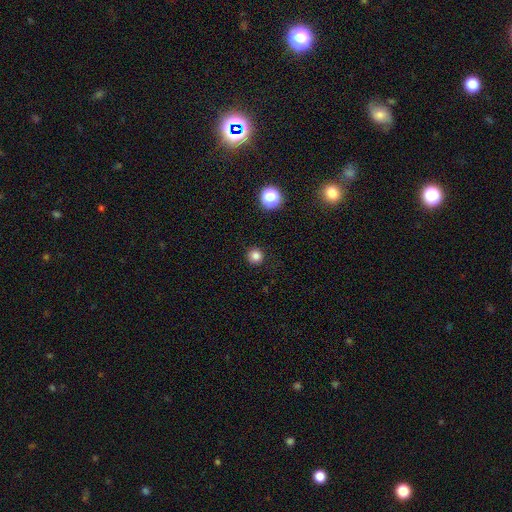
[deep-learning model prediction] smooth_or_featured: smooth (p=0.82) [alt: star or artifact p=0.14]
how_rounded: round (p=0.95) [alt: in between p=0.04]
merging: none (p=0.92) [alt: minor disturbance p=0.05]